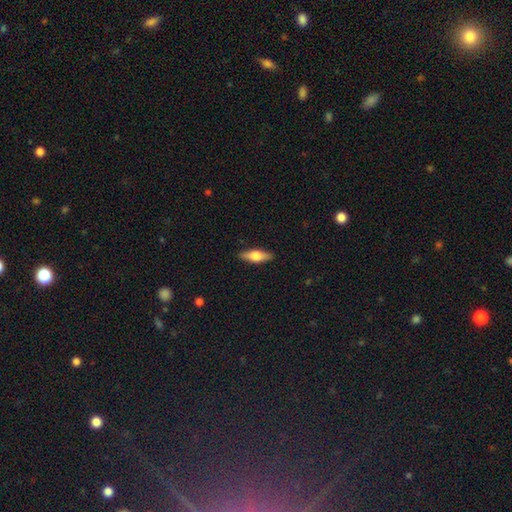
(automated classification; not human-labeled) smooth 55%, featured or disk 39%, star or artifact 6%. Down the decision tree: how rounded — in between (53%); merging — none (89%).